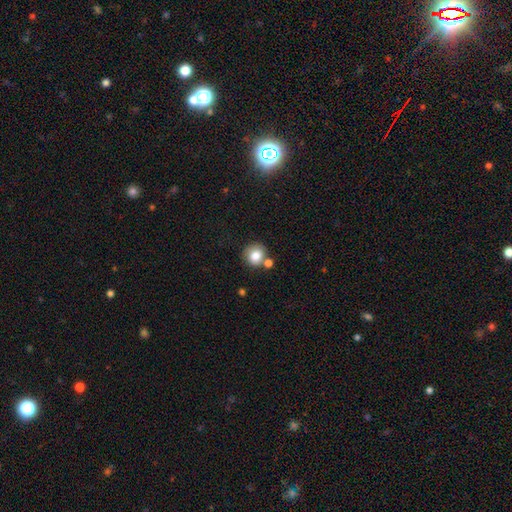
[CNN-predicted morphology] Smooth or featured? smooth (80%)
How rounded? round (84%)
Merging? none (63%)